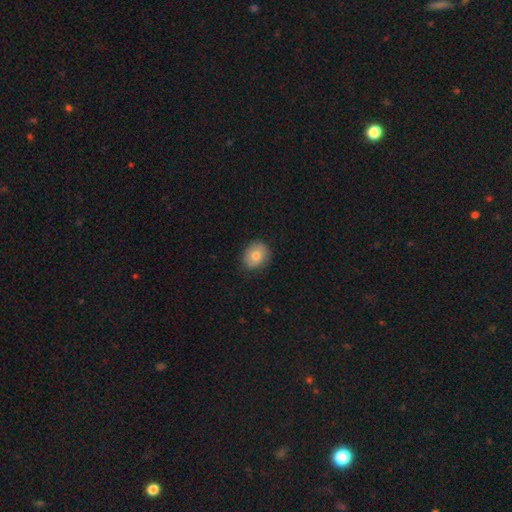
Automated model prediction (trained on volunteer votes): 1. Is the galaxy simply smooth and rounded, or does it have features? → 76% smooth, 16% featured or disk, 8% star or artifact.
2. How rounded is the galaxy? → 62% round, 37% in between, 1% cigar-shaped.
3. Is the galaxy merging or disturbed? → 83% none, 13% minor disturbance, 2% major disturbance, 1% merger.